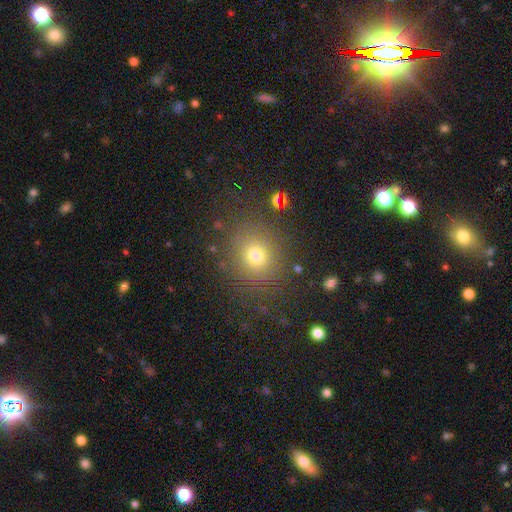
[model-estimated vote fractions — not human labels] smooth_or_featured: smooth (p=0.73) [alt: star or artifact p=0.18]
how_rounded: round (p=0.79) [alt: in between p=0.20]
merging: none (p=0.84) [alt: minor disturbance p=0.09]